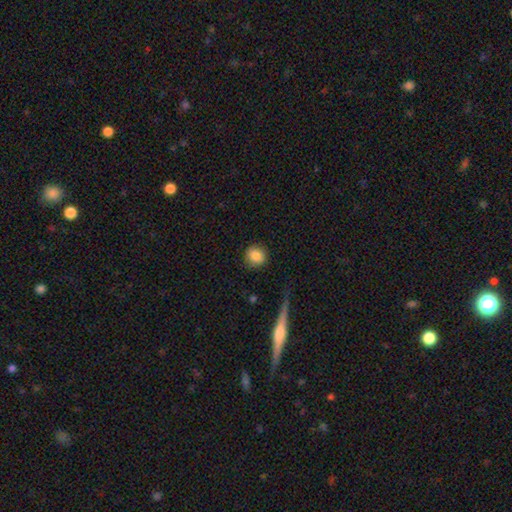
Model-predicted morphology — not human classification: Smooth or featured? Predicted: smooth (p=0.87). How rounded? Predicted: round (p=0.85). Merging? Predicted: none (p=0.88).